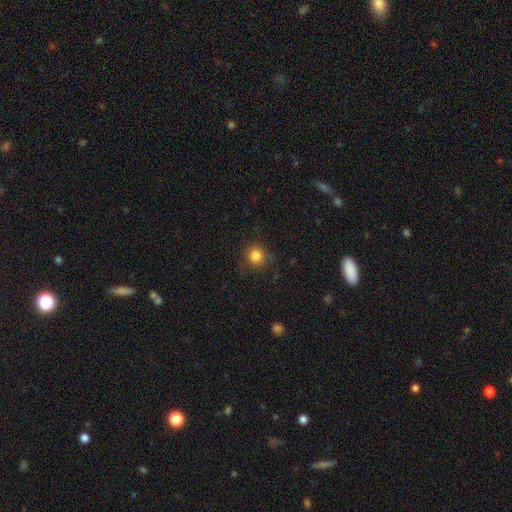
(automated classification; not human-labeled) Smooth or featured?
  - smooth: 84% *
  - star or artifact: 12%
  - featured or disk: 5%
How rounded?
  - round: 91% *
  - in between: 8%
  - cigar-shaped: 1%
Merging?
  - none: 83% *
  - minor disturbance: 12%
  - major disturbance: 4%
  - merger: 1%